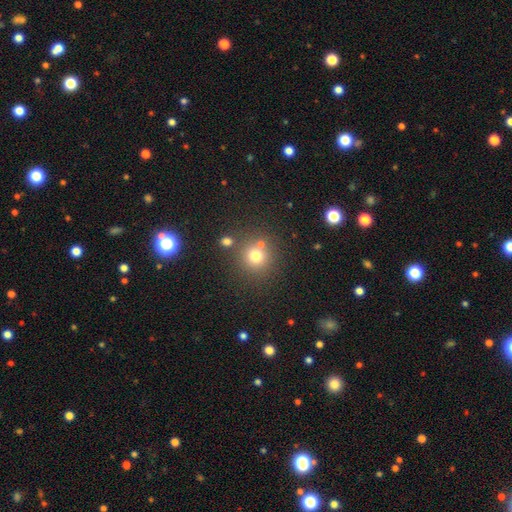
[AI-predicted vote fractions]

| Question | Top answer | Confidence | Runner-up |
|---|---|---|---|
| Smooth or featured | smooth | 73% | star or artifact (16%) |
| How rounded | round | 92% | in between (7%) |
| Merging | none | 73% | merger (15%) |